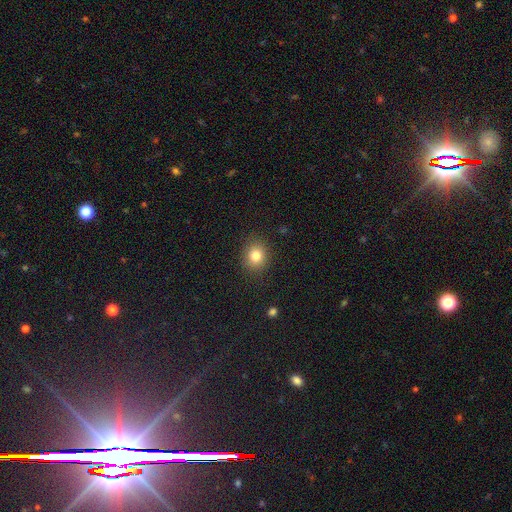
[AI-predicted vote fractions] smooth_or_featured: smooth (p=0.82) [alt: star or artifact p=0.11]
how_rounded: round (p=0.75) [alt: in between p=0.24]
merging: none (p=0.88) [alt: minor disturbance p=0.08]